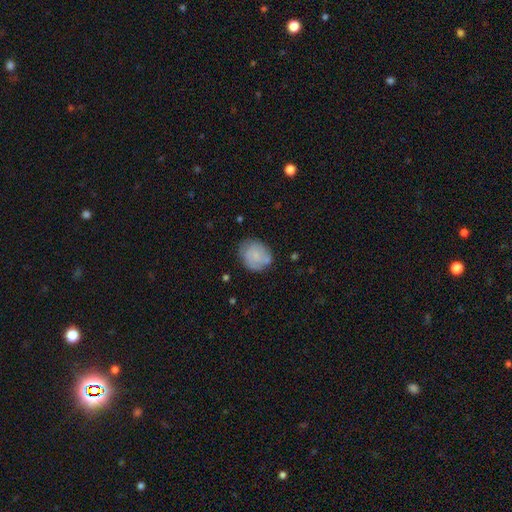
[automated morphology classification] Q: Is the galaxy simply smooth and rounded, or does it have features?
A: smooth — 64%.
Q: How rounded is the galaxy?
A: round — 65%.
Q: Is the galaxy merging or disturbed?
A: none — 63%.